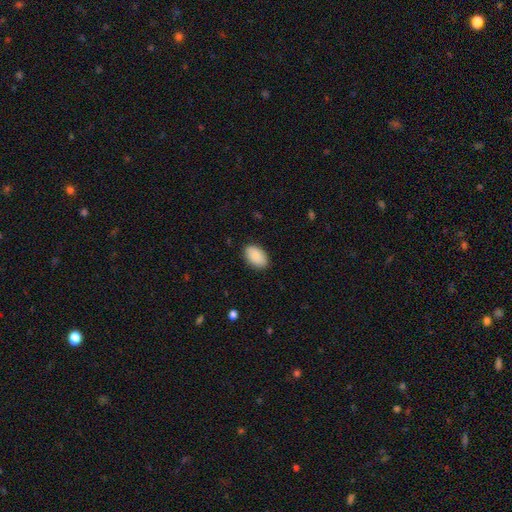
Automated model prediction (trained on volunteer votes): A smooth galaxy with no disk features (90%) that is in between round and cigar-shaped (93%).

Vote fractions:
- Smooth or featured? smooth: 90% / star or artifact: 6% / featured or disk: 4%
- How rounded? in between: 93% / round: 5% / cigar-shaped: 1%
- Merging? none: 87% / minor disturbance: 10% / major disturbance: 2% / merger: 1%